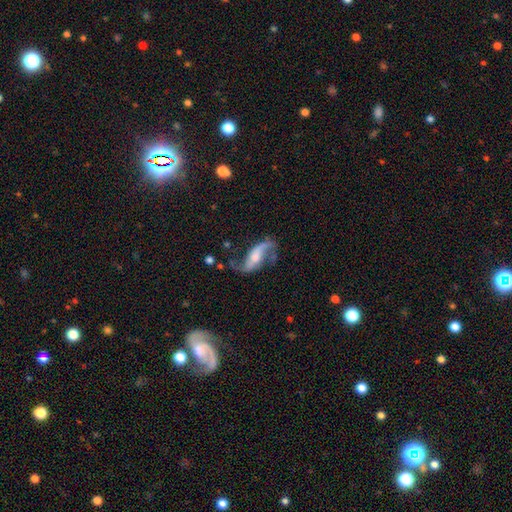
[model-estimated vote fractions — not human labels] Q: Smooth or featured?
A: featured or disk (82%); runner-up: smooth (12%)
Q: Edge-on disk?
A: no (92%); runner-up: yes (8%)
Q: Bar?
A: no (41%); runner-up: weak (38%)
Q: Spiral arms?
A: yes (94%); runner-up: no (6%)
Q: Spiral winding?
A: loose (82%); runner-up: medium (14%)
Q: Spiral arm count?
A: 2 (91%); runner-up: 1 (4%)
Q: Bulge size?
A: moderate (35%); runner-up: small (28%)
Q: Merging?
A: none (60%); runner-up: minor disturbance (19%)